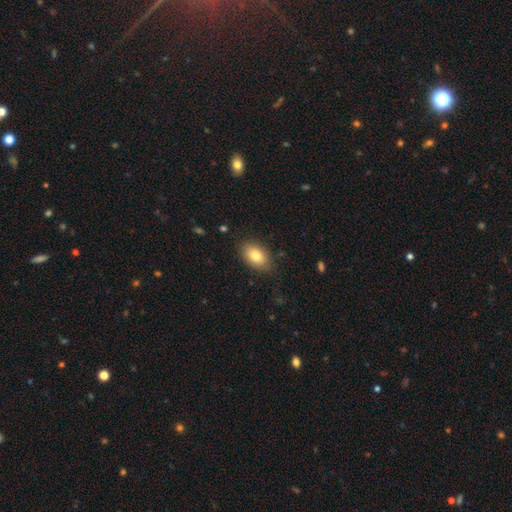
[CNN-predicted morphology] smooth 81%, featured or disk 11%, star or artifact 7%. Down the decision tree: how rounded — in between (89%); merging — none (84%).